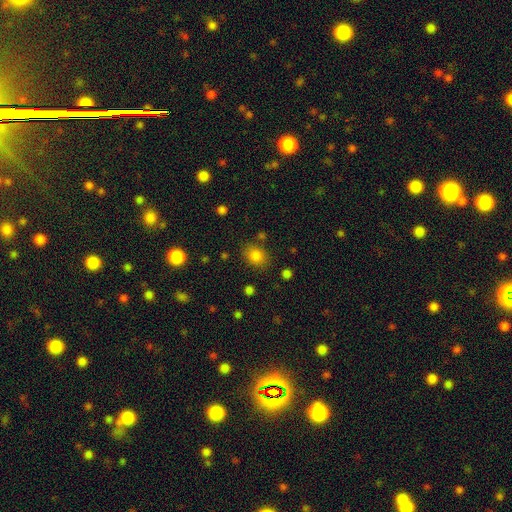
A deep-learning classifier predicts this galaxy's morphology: Smooth or featured? smooth (82%)
How rounded? round (51%)
Merging? none (80%)